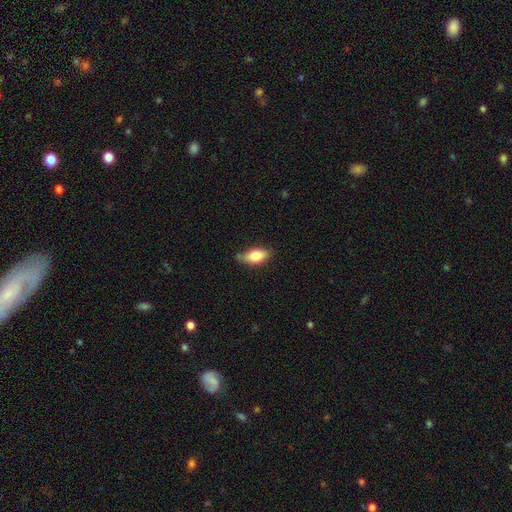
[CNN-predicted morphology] Smooth or featured? Predicted: smooth (p=0.78). How rounded? Predicted: in between (p=0.87). Merging? Predicted: none (p=0.69).